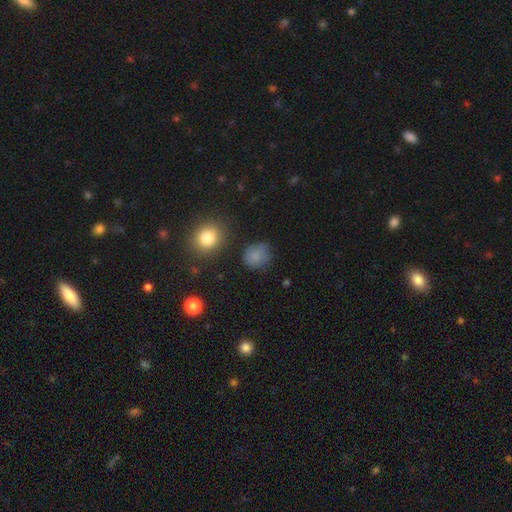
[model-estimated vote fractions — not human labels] Smooth or featured?
  - smooth: 81% *
  - star or artifact: 13%
  - featured or disk: 6%
How rounded?
  - round: 77% *
  - in between: 22%
  - cigar-shaped: 1%
Merging?
  - none: 70% *
  - minor disturbance: 20%
  - major disturbance: 7%
  - merger: 3%